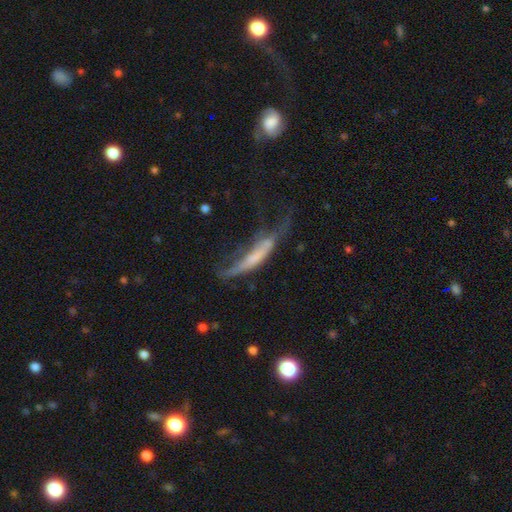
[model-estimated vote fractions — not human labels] A featured or disk galaxy (48%).

Vote fractions:
- Smooth or featured? featured or disk: 48% / smooth: 42% / star or artifact: 10%
- Merging? major disturbance: 46% / none: 23% / minor disturbance: 21% / merger: 11%